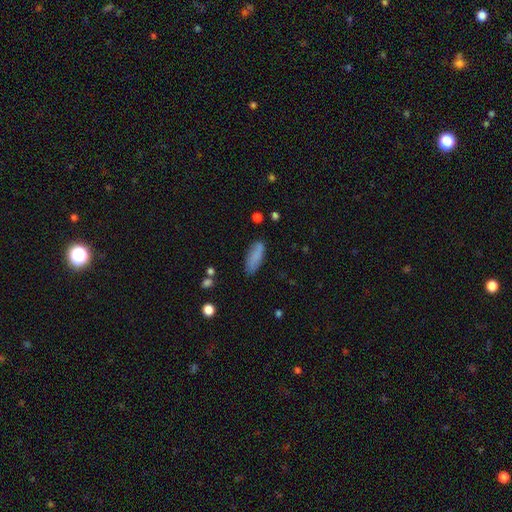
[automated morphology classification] Smooth or featured? smooth (83%)
How rounded? in between (64%)
Merging? none (75%)